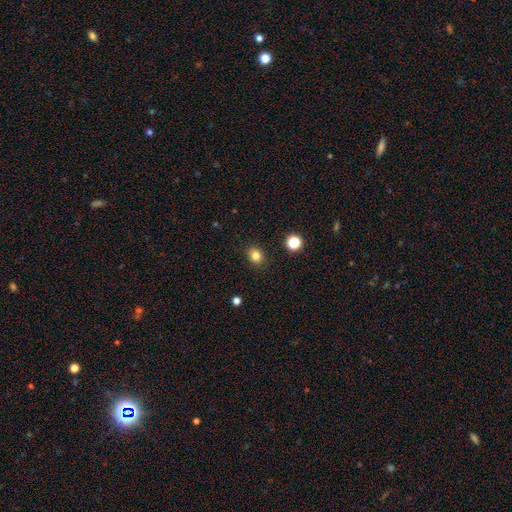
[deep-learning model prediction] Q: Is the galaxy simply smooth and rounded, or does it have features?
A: smooth — 81%.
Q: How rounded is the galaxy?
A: round — 64%.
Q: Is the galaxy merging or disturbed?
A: none — 89%.